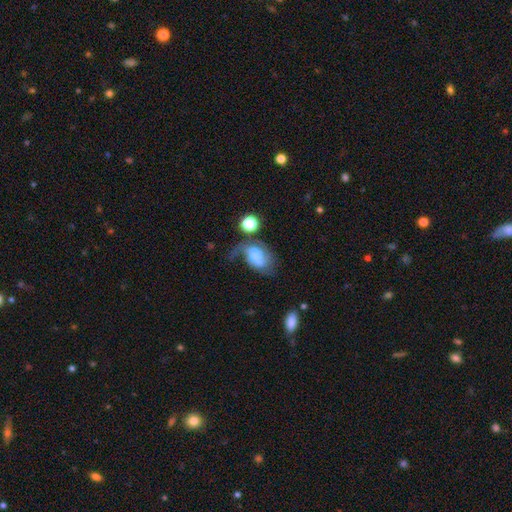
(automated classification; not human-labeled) featured or disk 49%, smooth 38%, star or artifact 13%. Down the decision tree: merging — major disturbance (45%).